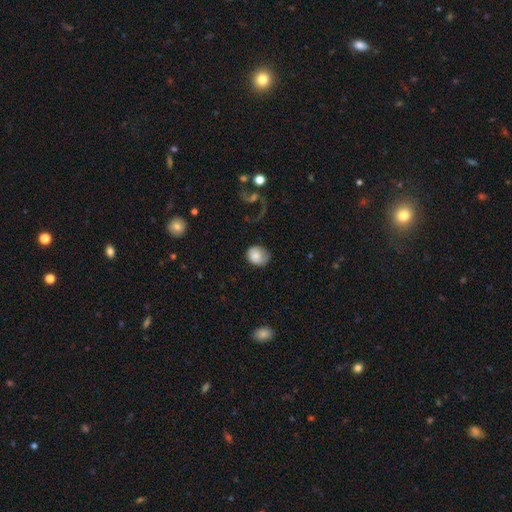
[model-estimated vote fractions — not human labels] Smooth or featured? smooth (76%)
How rounded? round (60%)
Merging? none (55%)